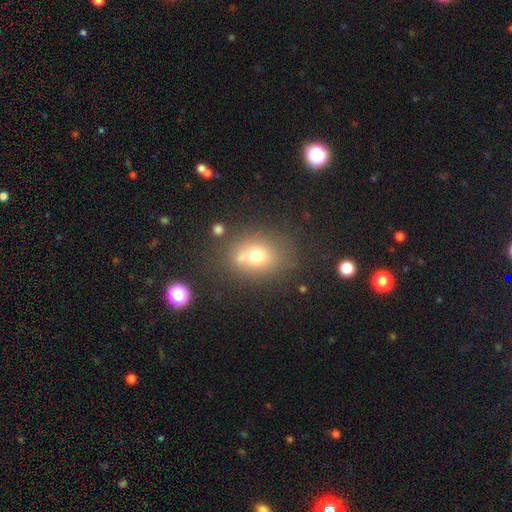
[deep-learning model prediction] The model was most divided on "how rounded": round: 50%, in between: 49%, cigar-shaped: 1%. More confident: smooth or featured — smooth (69%); merging — none (59%).